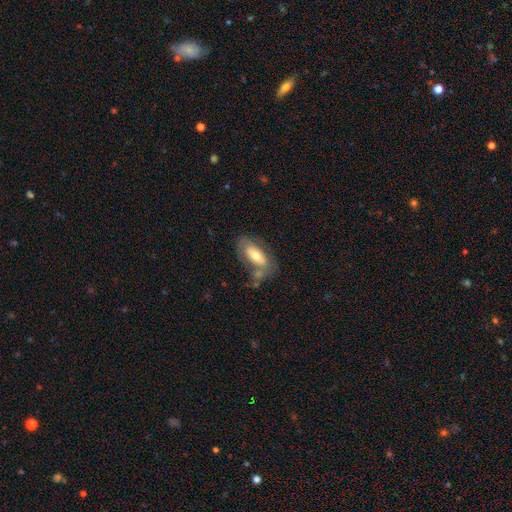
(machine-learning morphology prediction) A smooth galaxy with no disk features (55%) that is in between round and cigar-shaped (83%).

Vote fractions:
- Smooth or featured? smooth: 55% / featured or disk: 38% / star or artifact: 7%
- How rounded? in between: 83% / cigar-shaped: 14% / round: 3%
- Merging? none: 55% / minor disturbance: 22% / merger: 13% / major disturbance: 10%